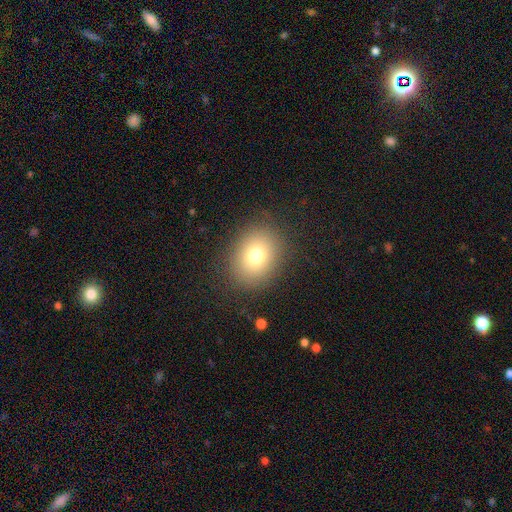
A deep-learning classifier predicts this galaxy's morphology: The model was most divided on "how rounded": in between: 50%, round: 49%, cigar-shaped: 1%. More confident: merging — none (86%); smooth or featured — smooth (78%).